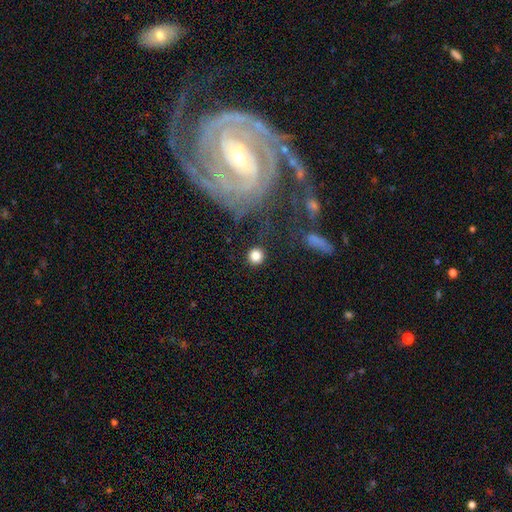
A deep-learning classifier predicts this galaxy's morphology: Q: Smooth or featured?
A: smooth (83%); runner-up: star or artifact (11%)
Q: How rounded?
A: round (93%); runner-up: in between (6%)
Q: Merging?
A: none (87%); runner-up: minor disturbance (7%)